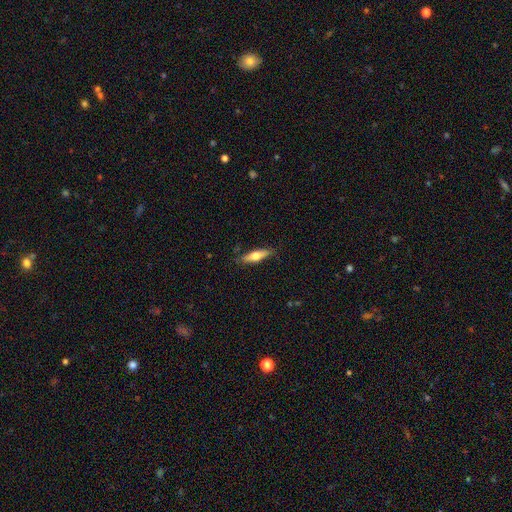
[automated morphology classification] A smooth galaxy with no disk features (56%) that is cigar-shaped (62%).

Vote fractions:
- Smooth or featured? smooth: 56% / featured or disk: 38% / star or artifact: 6%
- How rounded? cigar-shaped: 62% / in between: 36% / round: 2%
- Merging? none: 84% / minor disturbance: 13% / major disturbance: 2% / merger: 1%